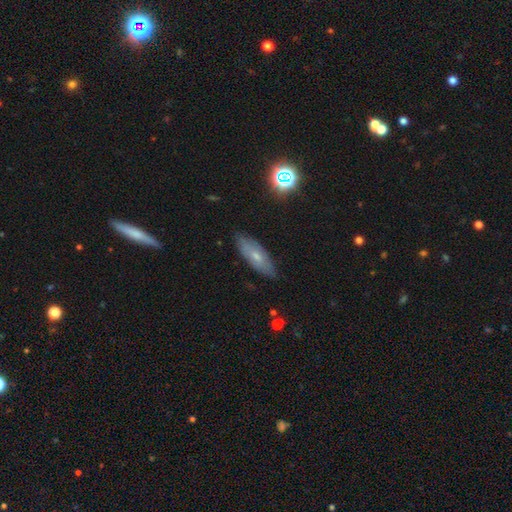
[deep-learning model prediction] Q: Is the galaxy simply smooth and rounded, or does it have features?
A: smooth — 53%.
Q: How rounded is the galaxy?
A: in between — 66%.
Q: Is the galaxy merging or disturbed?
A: none — 82%.